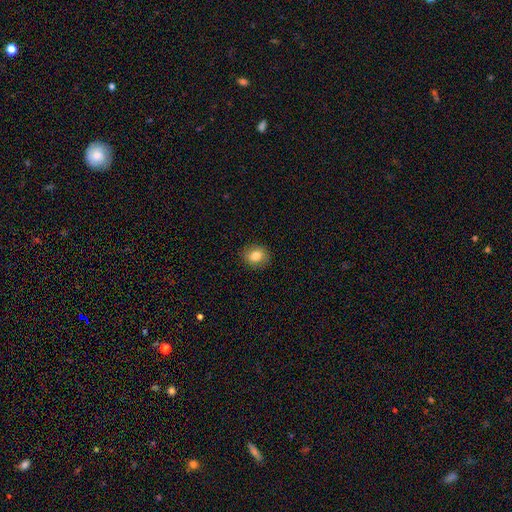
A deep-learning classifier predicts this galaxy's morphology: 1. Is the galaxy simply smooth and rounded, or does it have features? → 83% smooth, 9% star or artifact, 8% featured or disk.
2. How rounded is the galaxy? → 68% round, 31% in between, 1% cigar-shaped.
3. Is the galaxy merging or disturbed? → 89% none, 8% minor disturbance, 2% major disturbance, 1% merger.